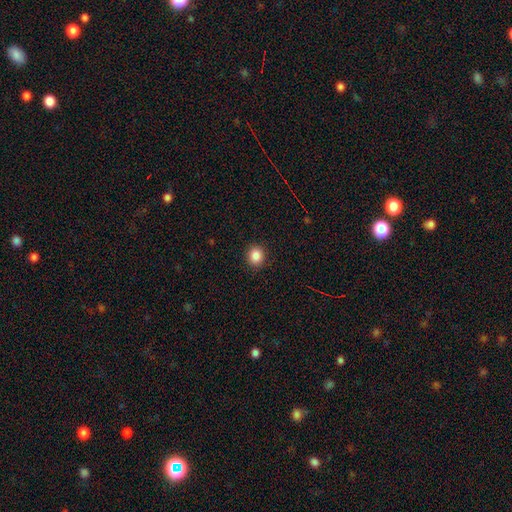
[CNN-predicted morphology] A smooth galaxy with no disk features (86%) that is round (79%).

Vote fractions:
- Smooth or featured? smooth: 86% / star or artifact: 10% / featured or disk: 4%
- How rounded? round: 79% / in between: 20% / cigar-shaped: 1%
- Merging? none: 91% / minor disturbance: 6% / major disturbance: 2% / merger: 1%